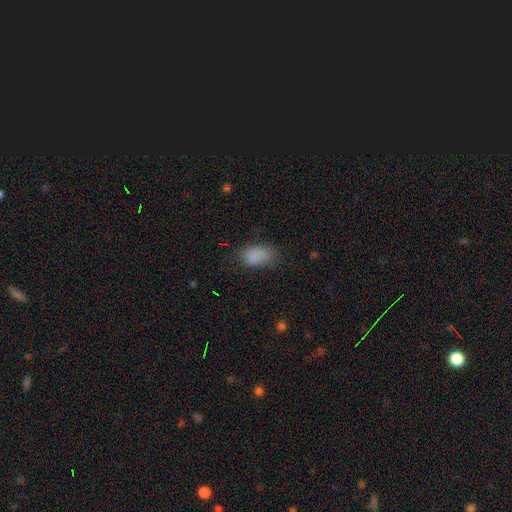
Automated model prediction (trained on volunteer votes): A smooth galaxy with no disk features (82%) that is in between round and cigar-shaped (89%).

Vote fractions:
- Smooth or featured? smooth: 82% / star or artifact: 11% / featured or disk: 7%
- How rounded? in between: 89% / round: 10% / cigar-shaped: 2%
- Merging? none: 56% / minor disturbance: 28% / major disturbance: 13% / merger: 2%